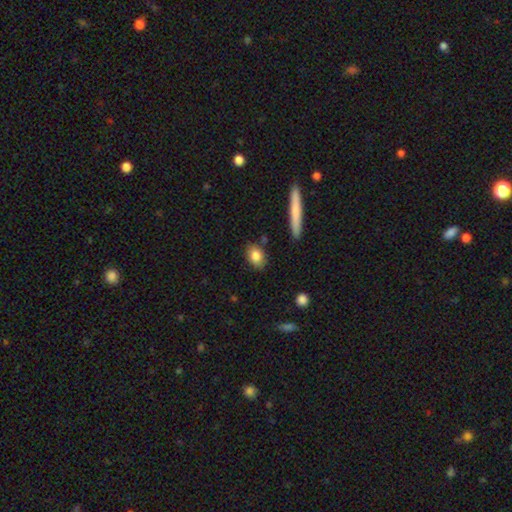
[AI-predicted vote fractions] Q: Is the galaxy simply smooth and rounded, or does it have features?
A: smooth — 81%.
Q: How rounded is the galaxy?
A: in between — 69%.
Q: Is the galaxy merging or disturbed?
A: none — 82%.